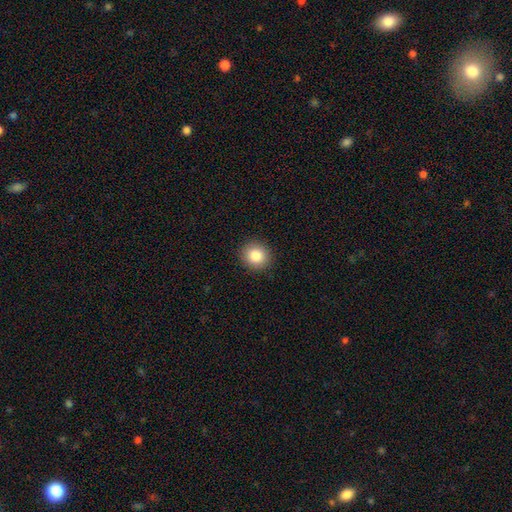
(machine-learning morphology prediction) smooth_or_featured: smooth (p=0.84) [alt: star or artifact p=0.10]
how_rounded: round (p=0.86) [alt: in between p=0.13]
merging: none (p=0.92) [alt: minor disturbance p=0.05]